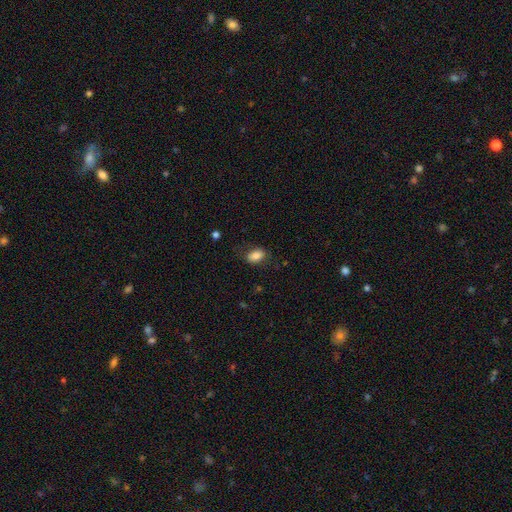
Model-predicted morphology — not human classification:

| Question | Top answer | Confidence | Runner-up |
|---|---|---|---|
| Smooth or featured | smooth | 85% | star or artifact (8%) |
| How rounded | in between | 86% | round (12%) |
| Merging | none | 78% | minor disturbance (16%) |